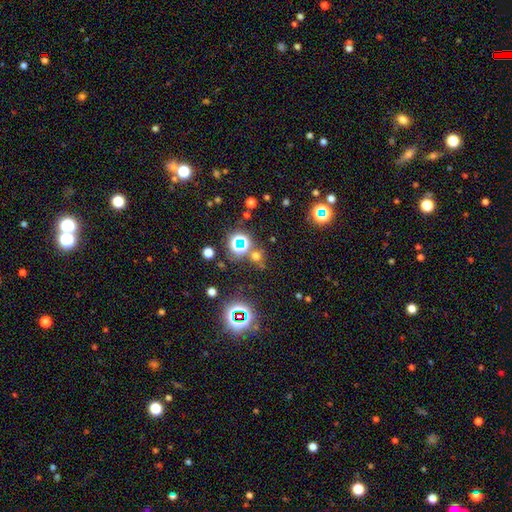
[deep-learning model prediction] Q: Smooth or featured?
A: star or artifact (47%); runner-up: smooth (45%)